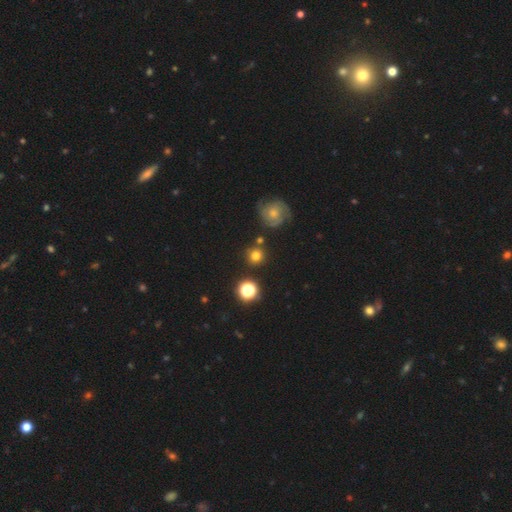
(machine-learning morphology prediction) Smooth or featured? Predicted: smooth (p=0.73). How rounded? Predicted: round (p=0.92). Merging? Predicted: none (p=0.82).